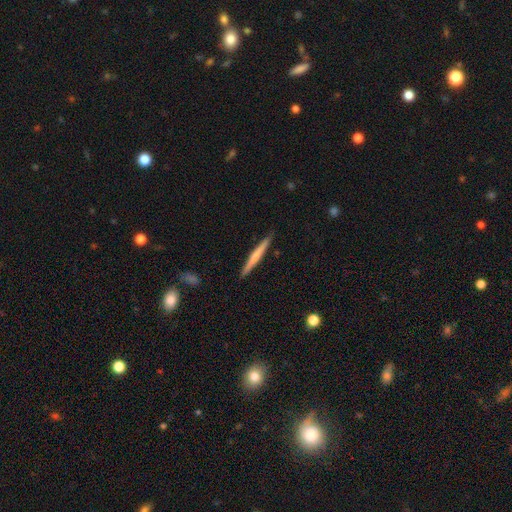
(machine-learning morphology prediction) Smooth or featured? Predicted: smooth (p=0.53). How rounded? Predicted: cigar-shaped (p=0.96). Merging? Predicted: none (p=0.91).